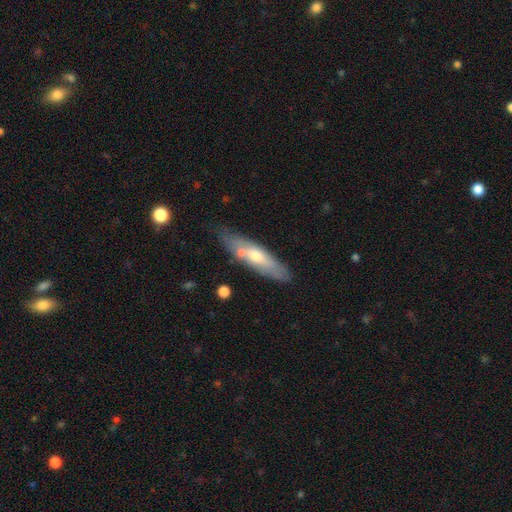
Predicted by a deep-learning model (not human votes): Q: Smooth or featured?
A: smooth (47%); runner-up: featured or disk (46%)
Q: Merging?
A: none (73%); runner-up: minor disturbance (16%)